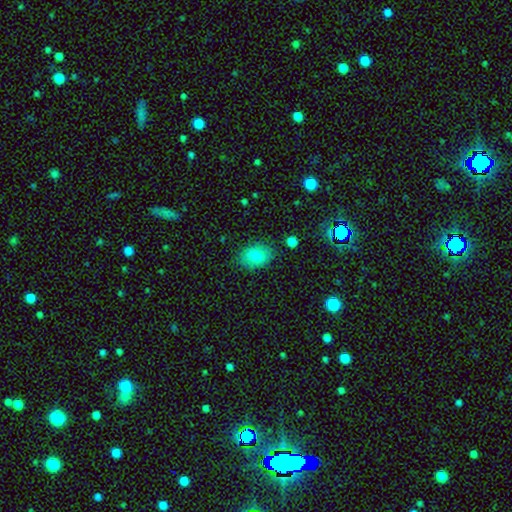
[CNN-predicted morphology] Smooth or featured? smooth (78%)
How rounded? in between (79%)
Merging? none (83%)